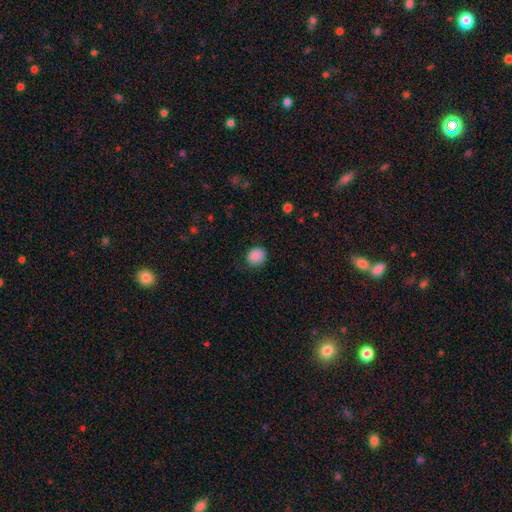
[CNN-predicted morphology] Overall: smooth (87%). How rounded: round (77%). Merging: none (80%).